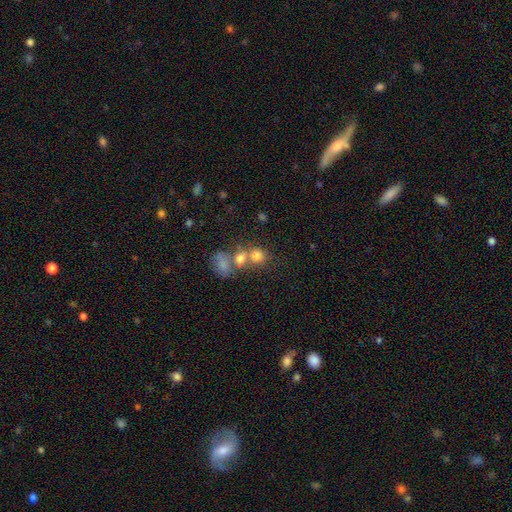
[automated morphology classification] type=smooth (73%); roundness=round (74%); merging=merger (49%).